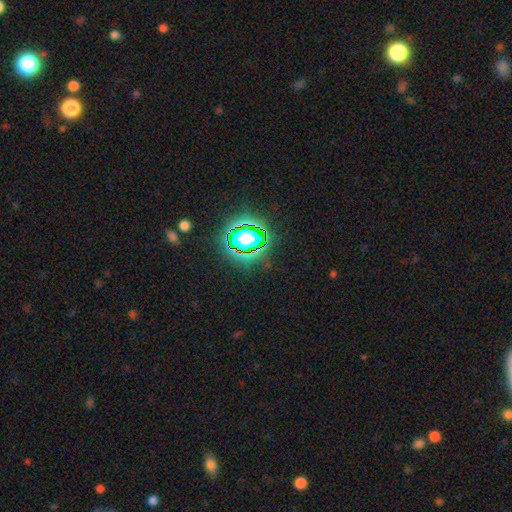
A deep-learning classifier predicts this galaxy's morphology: smooth-or-featured: star or artifact: 82% | smooth: 11% | featured or disk: 7%